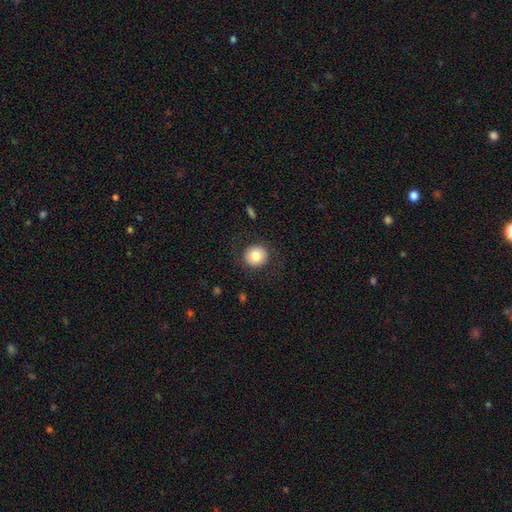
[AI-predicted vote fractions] smooth-or-featured: smooth: 80% | featured or disk: 12% | star or artifact: 9%
  how-rounded: round: 90% | in between: 9% | cigar-shaped: 1%
  merging: none: 85% | minor disturbance: 8% | major disturbance: 5% | merger: 1%